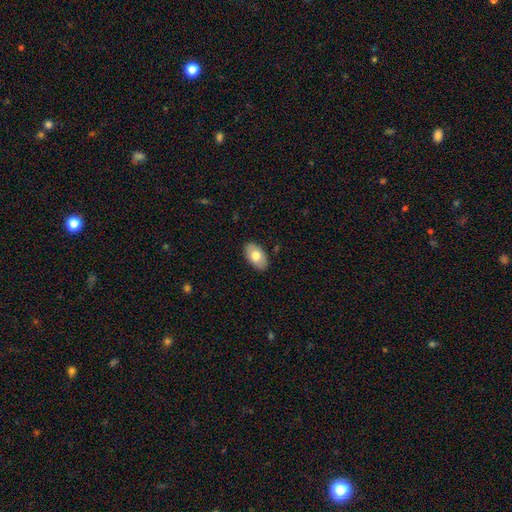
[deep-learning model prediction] This appears to be a smooth galaxy with no disk features (75%) that is in between round and cigar-shaped (94%). Merging: none (88%).